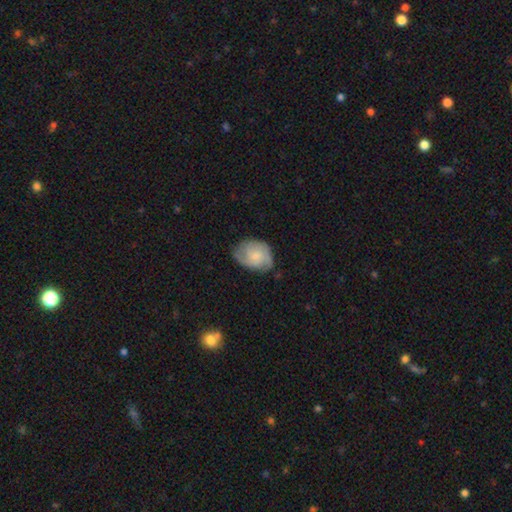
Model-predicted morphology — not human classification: type=featured or disk (61%); edge-on=no (97%); bar=no (73%); spiral arms=yes (91%); winding=tight (44%); arm count=2 (47%); bulge=small (45%); merging=none (63%).